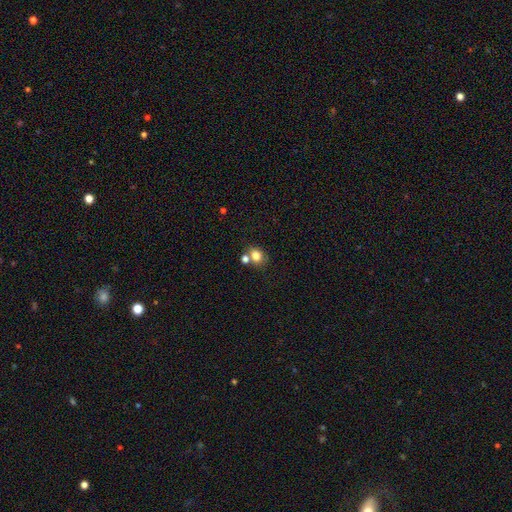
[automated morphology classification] Smooth or featured? smooth (80%)
How rounded? round (56%)
Merging? none (55%)